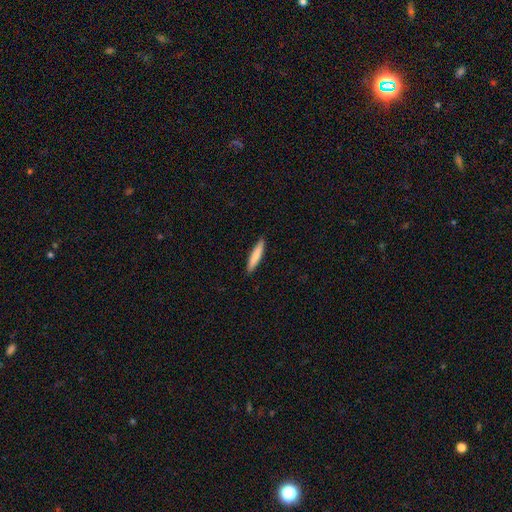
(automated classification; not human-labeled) smooth 81%, featured or disk 14%, star or artifact 5%. Down the decision tree: how rounded — cigar-shaped (89%); merging — none (91%).